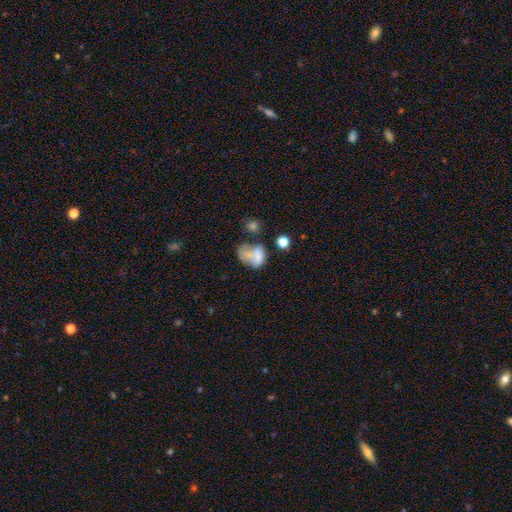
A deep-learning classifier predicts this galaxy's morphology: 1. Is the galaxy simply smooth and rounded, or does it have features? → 62% smooth, 26% featured or disk, 12% star or artifact.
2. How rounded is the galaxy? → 74% in between, 25% round, 2% cigar-shaped.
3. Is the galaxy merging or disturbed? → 30% major disturbance, 29% merger, 21% none, 19% minor disturbance.